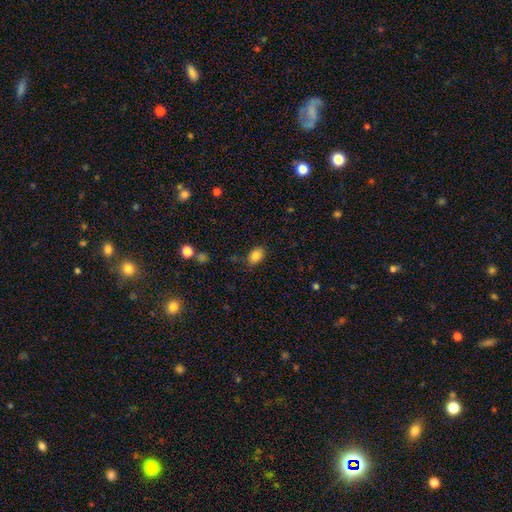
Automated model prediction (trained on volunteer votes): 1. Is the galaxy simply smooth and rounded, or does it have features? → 84% smooth, 10% star or artifact, 6% featured or disk.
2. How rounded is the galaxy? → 83% in between, 16% round, 1% cigar-shaped.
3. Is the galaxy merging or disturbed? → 77% none, 17% minor disturbance, 4% major disturbance, 3% merger.